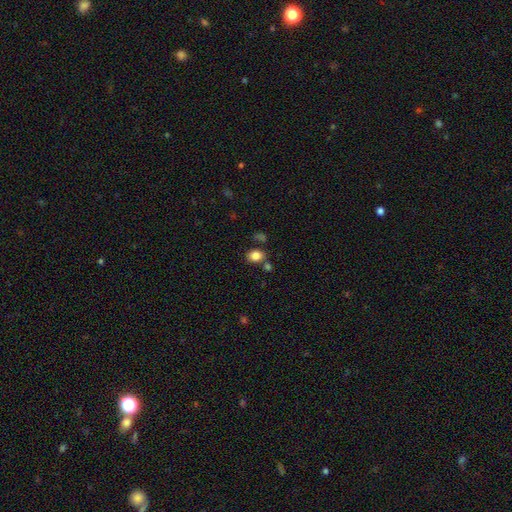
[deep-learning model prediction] smooth-or-featured: smooth: 83% | star or artifact: 10% | featured or disk: 6%
  how-rounded: in between: 57% | round: 41% | cigar-shaped: 1%
  merging: none: 71% | minor disturbance: 13% | merger: 12% | major disturbance: 4%